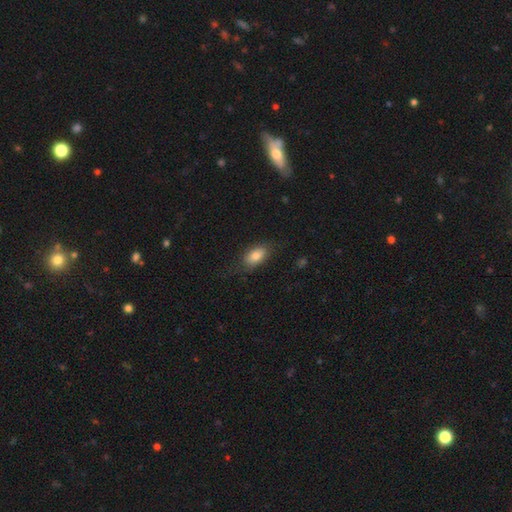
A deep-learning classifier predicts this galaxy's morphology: This is clearly a smooth galaxy (81%). How rounded: clearly in between (90%). Merging: likely none (74%).